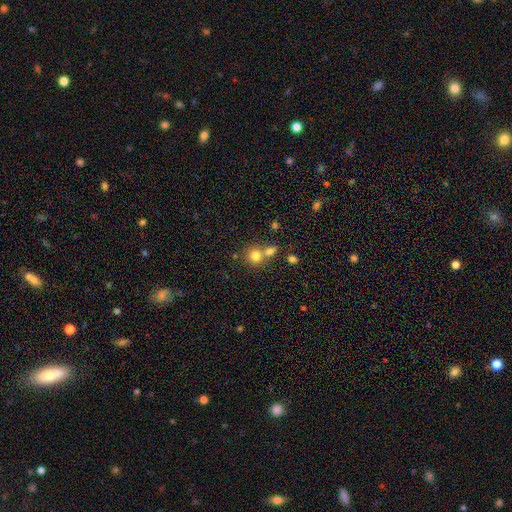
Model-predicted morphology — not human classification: Smooth or featured?
  - smooth: 78% *
  - star or artifact: 13%
  - featured or disk: 10%
How rounded?
  - round: 85% *
  - in between: 14%
  - cigar-shaped: 1%
Merging?
  - none: 48% *
  - merger: 42%
  - minor disturbance: 7%
  - major disturbance: 3%